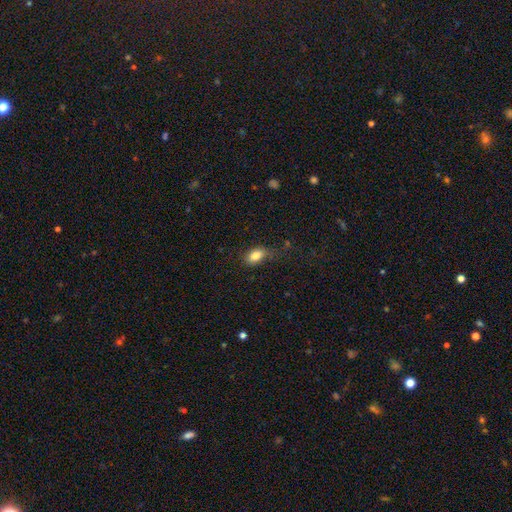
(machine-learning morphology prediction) smooth-or-featured: smooth: 83% | star or artifact: 9% | featured or disk: 8%
  how-rounded: in between: 86% | round: 10% | cigar-shaped: 3%
  merging: none: 60% | minor disturbance: 27% | major disturbance: 11% | merger: 2%